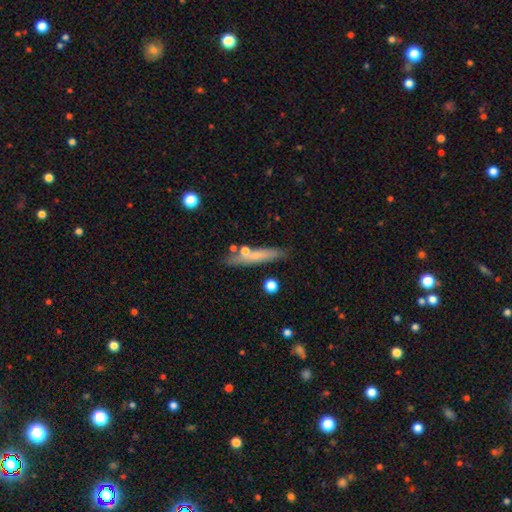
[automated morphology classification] Smooth or featured? smooth (62%)
How rounded? cigar-shaped (86%)
Merging? none (77%)